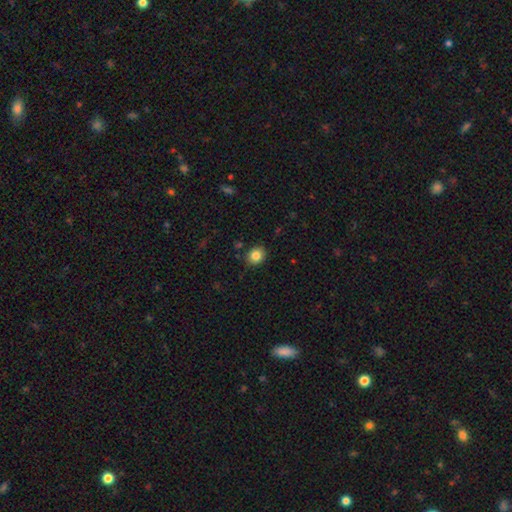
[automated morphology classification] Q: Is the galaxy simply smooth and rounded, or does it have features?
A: smooth — 84%.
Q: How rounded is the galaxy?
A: round — 64%.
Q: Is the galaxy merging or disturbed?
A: none — 87%.